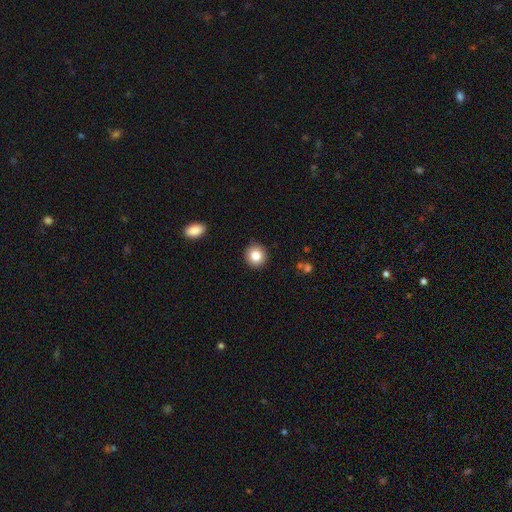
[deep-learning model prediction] Morphology: type=smooth (83%); roundness=round (91%); merging=none (91%).